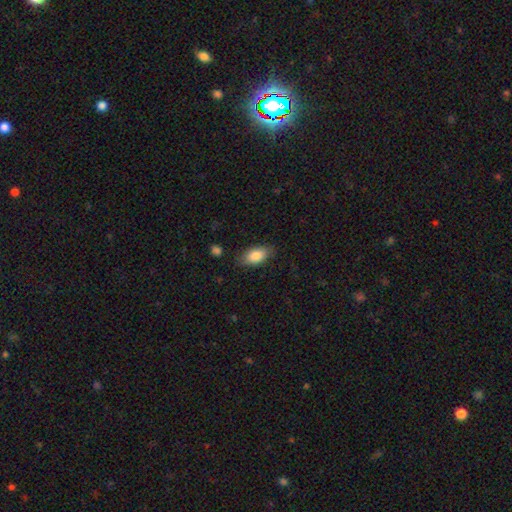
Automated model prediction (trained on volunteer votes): A smooth galaxy with no disk features (84%) that is in between round and cigar-shaped (91%). Merging: none (79%).